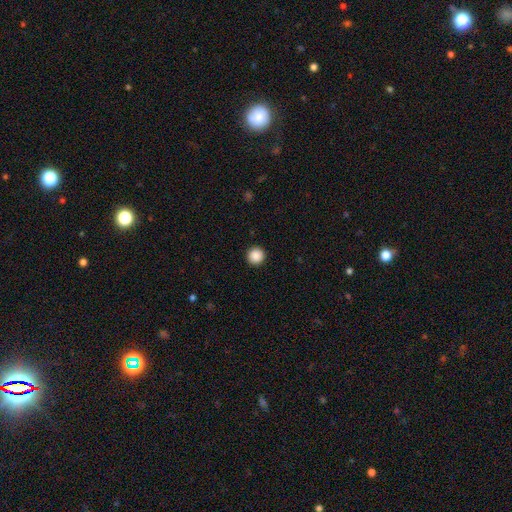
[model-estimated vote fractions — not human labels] A smooth galaxy with no disk features (88%) that is round (96%).

Vote fractions:
- Smooth or featured? smooth: 88% / star or artifact: 9% / featured or disk: 3%
- How rounded? round: 96% / in between: 3% / cigar-shaped: 1%
- Merging? none: 93% / minor disturbance: 4% / major disturbance: 2% / merger: 1%